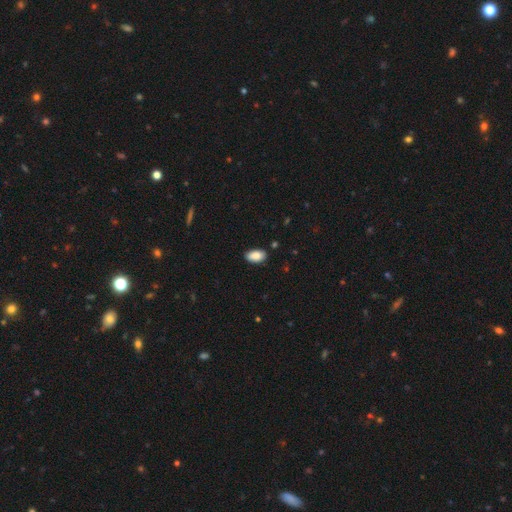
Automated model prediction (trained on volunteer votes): smooth_or_featured: smooth (p=0.87) [alt: star or artifact p=0.07]
how_rounded: in between (p=0.94) [alt: round p=0.05]
merging: none (p=0.84) [alt: minor disturbance p=0.13]